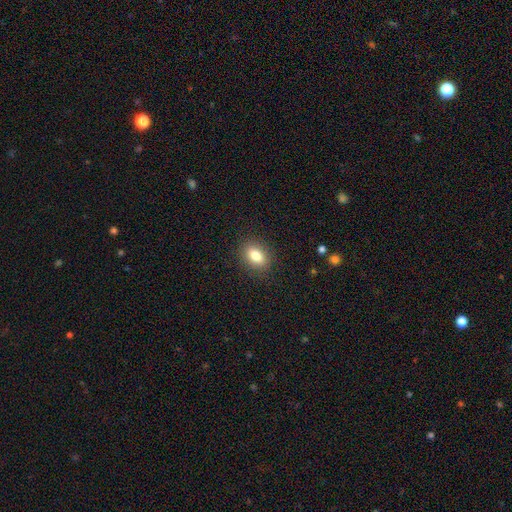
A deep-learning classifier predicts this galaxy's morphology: type=smooth (82%); roundness=in between (76%); merging=none (88%).